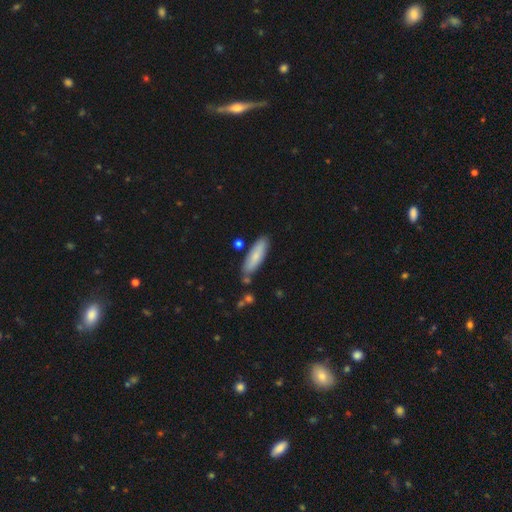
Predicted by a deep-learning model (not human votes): Smooth or featured? Predicted: smooth (p=0.78). How rounded? Predicted: cigar-shaped (p=0.60). Merging? Predicted: none (p=0.80).